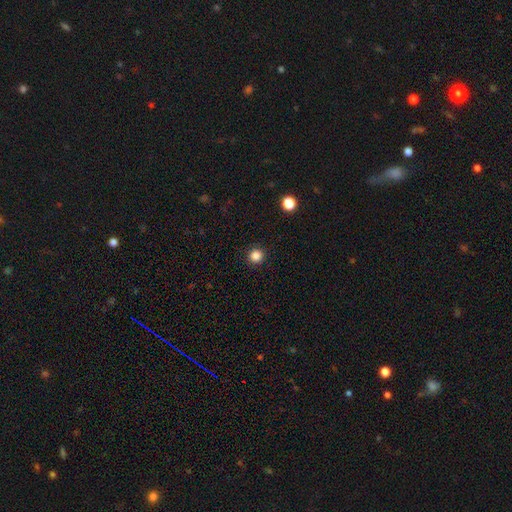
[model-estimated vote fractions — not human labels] This is clearly a smooth galaxy (85%). How rounded: clearly round (94%). Merging: clearly none (92%).